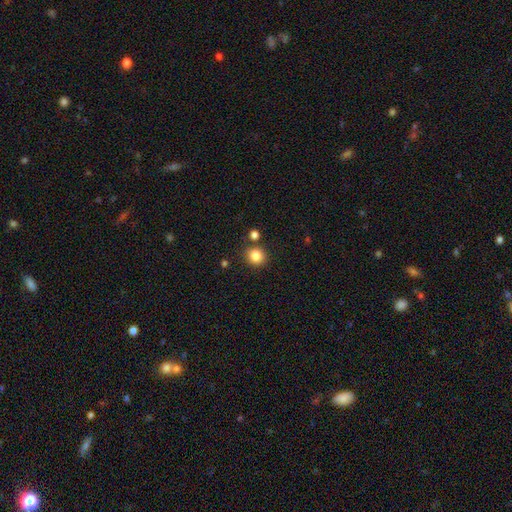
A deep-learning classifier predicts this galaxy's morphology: Smooth or featured: smooth — 84% (star or artifact — 11%)
How rounded: round — 87% (in between — 13%)
Merging: none — 82% (minor disturbance — 8%)